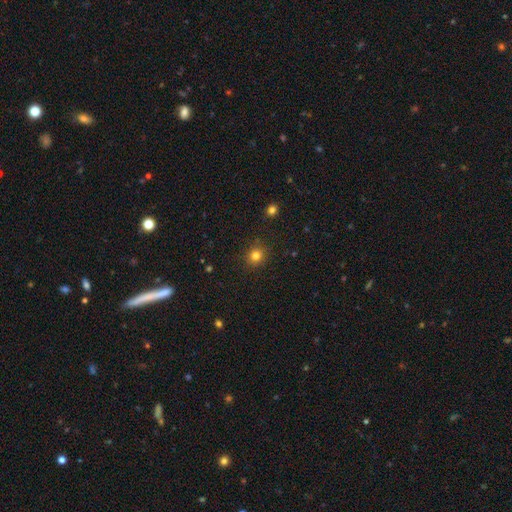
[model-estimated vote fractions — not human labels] Smooth or featured? smooth (81%)
How rounded? round (82%)
Merging? none (88%)